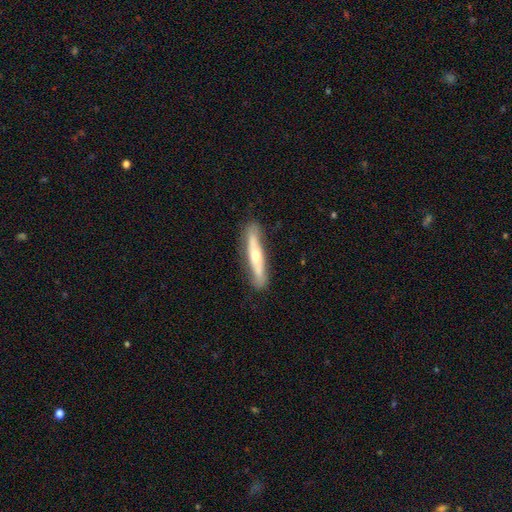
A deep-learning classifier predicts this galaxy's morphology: This appears to be a featured or disk galaxy (56%) viewed edge-on (79%). Merging: none (83%).